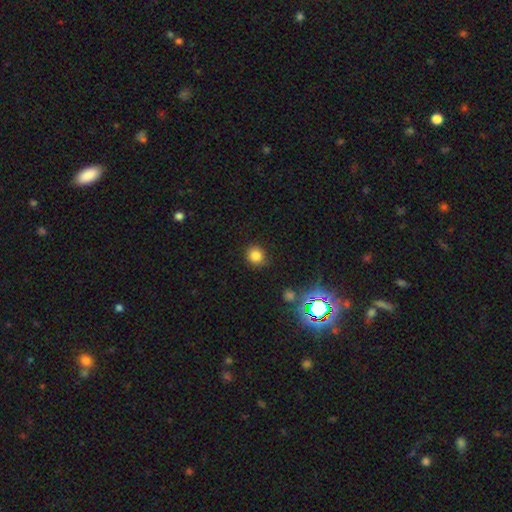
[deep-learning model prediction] This is clearly a smooth galaxy (81%). How rounded: clearly round (90%). Merging: clearly none (86%).